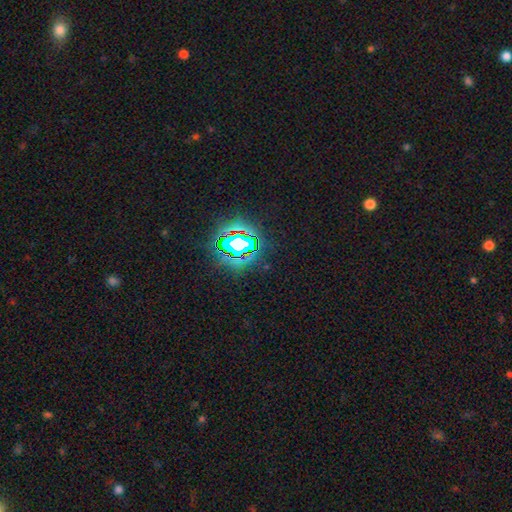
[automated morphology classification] A star or artifact, not a galaxy (82%).